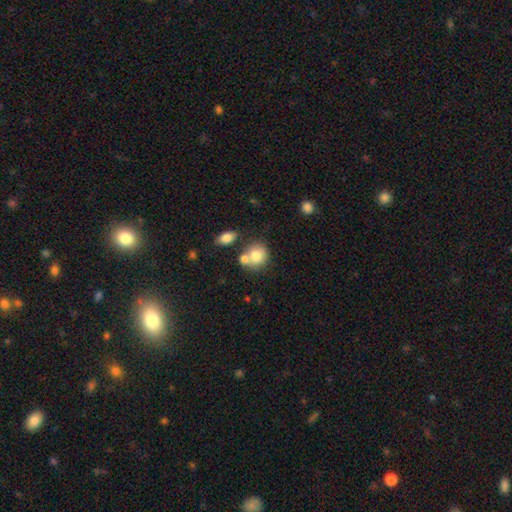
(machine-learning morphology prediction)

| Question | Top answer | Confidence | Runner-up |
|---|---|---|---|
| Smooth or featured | smooth | 78% | featured or disk (14%) |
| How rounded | round | 76% | in between (23%) |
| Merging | none | 49% | merger (36%) |